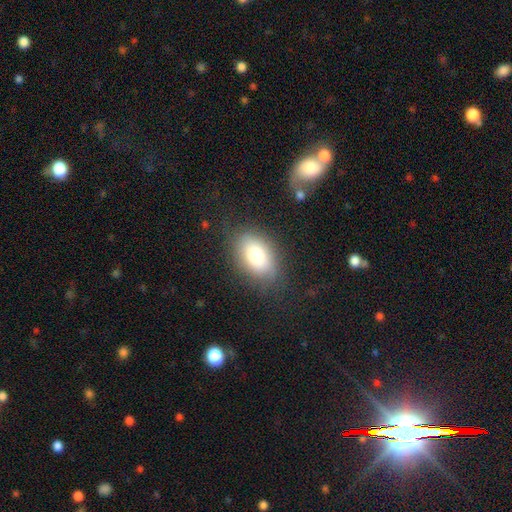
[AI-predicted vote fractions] This appears to be a smooth galaxy with no disk features (74%) that is in between round and cigar-shaped (85%). Merging: none (75%).